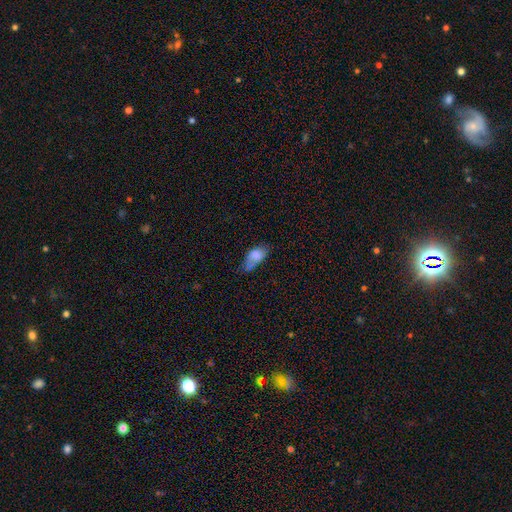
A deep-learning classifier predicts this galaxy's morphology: Smooth or featured? Predicted: smooth (p=0.77). How rounded? Predicted: in between (p=0.88). Merging? Predicted: minor disturbance (p=0.37).